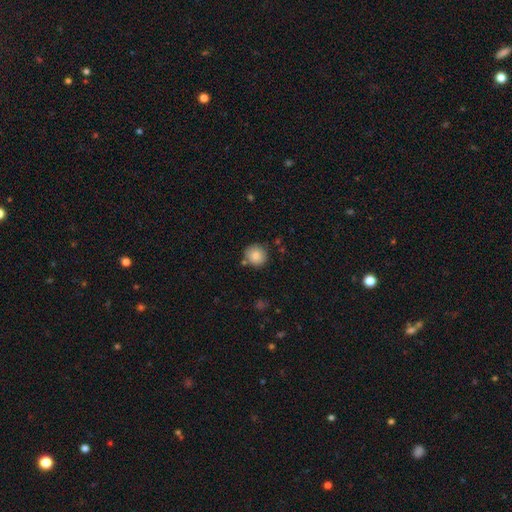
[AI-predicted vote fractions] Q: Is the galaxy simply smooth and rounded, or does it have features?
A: smooth — 85%.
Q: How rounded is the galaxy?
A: round — 92%.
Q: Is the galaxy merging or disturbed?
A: none — 82%.